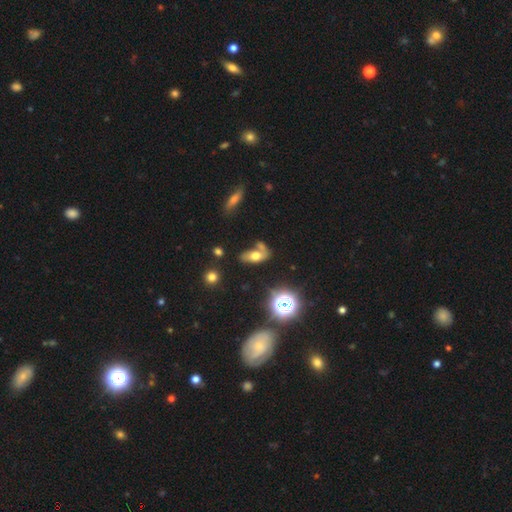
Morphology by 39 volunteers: Volunteers were most divided on "merging": none: 51%, merger: 29%, major disturbance: 20%, minor disturbance: 0%. More confident: how rounded — in between (100%); smooth or featured — smooth (56%).